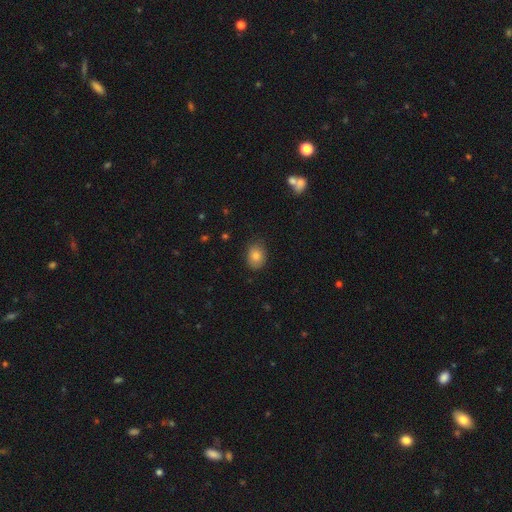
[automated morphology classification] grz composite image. It shows a smooth galaxy with no disk features (83%) that is in between round and cigar-shaped (60%). Merging: none (80%).